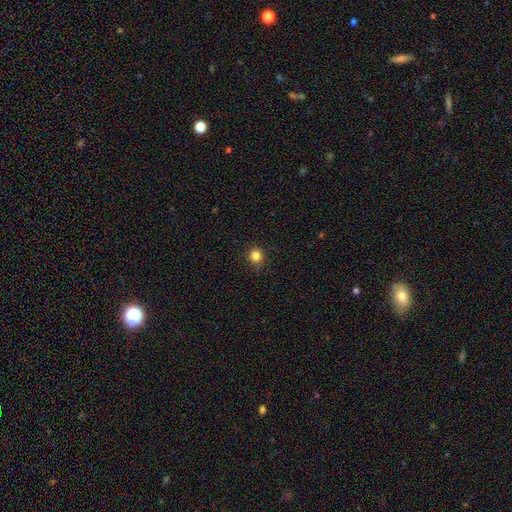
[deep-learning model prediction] Smooth or featured: smooth — 83% (star or artifact — 13%)
How rounded: round — 90% (in between — 9%)
Merging: none — 83% (minor disturbance — 13%)